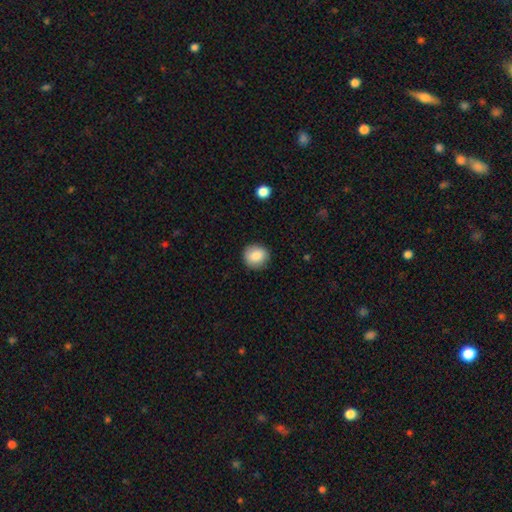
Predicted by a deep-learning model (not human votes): Smooth or featured? smooth (86%)
How rounded? round (86%)
Merging? none (87%)